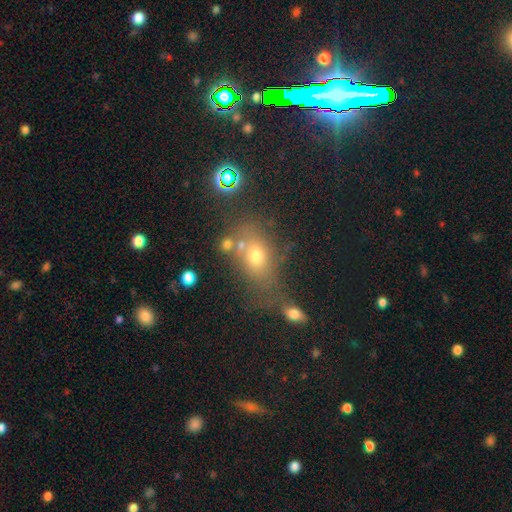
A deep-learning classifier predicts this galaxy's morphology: smooth-or-featured: smooth: 61% | star or artifact: 22% | featured or disk: 17%
  how-rounded: in between: 67% | round: 30% | cigar-shaped: 3%
  merging: none: 57% | merger: 18% | minor disturbance: 16% | major disturbance: 9%